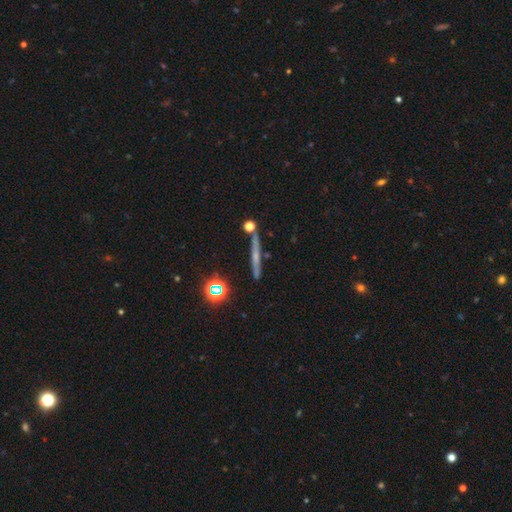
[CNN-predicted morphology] This appears to be a featured or disk galaxy (52%) viewed edge-on (95%). Merging: none (84%).